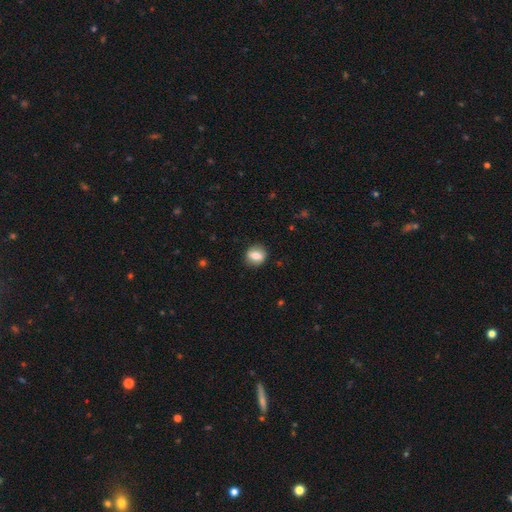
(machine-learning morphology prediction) A smooth galaxy with no disk features (70%) that is round (62%).

Vote fractions:
- Smooth or featured? smooth: 70% / featured or disk: 22% / star or artifact: 8%
- How rounded? round: 62% / in between: 36% / cigar-shaped: 2%
- Merging? none: 86% / minor disturbance: 10% / major disturbance: 3% / merger: 1%